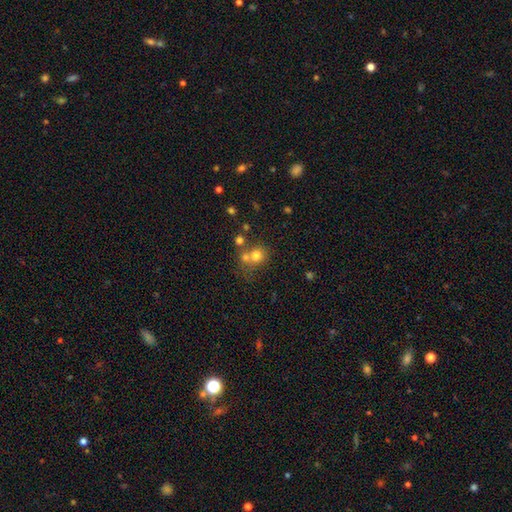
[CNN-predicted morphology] This appears to be a smooth galaxy with no disk features (72%) that is round (81%). Merging: none (45%).